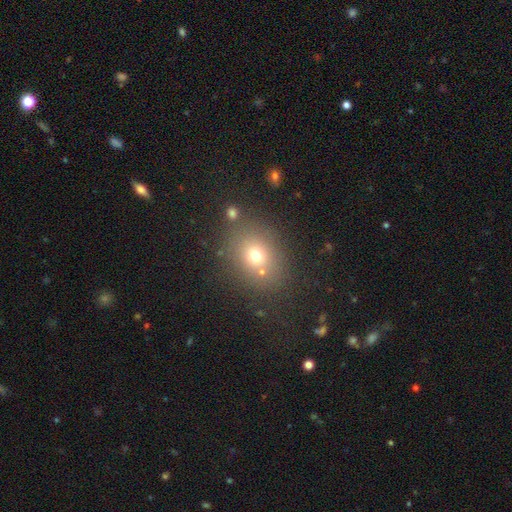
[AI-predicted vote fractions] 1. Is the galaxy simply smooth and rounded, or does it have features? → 69% smooth, 19% star or artifact, 13% featured or disk.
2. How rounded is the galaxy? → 59% round, 40% in between, 1% cigar-shaped.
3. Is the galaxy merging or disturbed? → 75% none, 11% minor disturbance, 8% merger, 5% major disturbance.